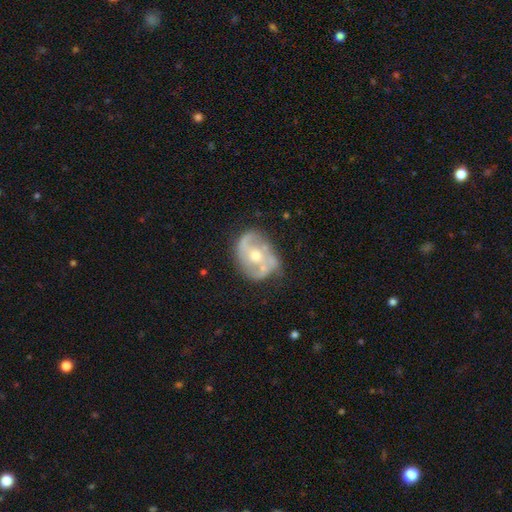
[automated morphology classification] Smooth or featured: featured or disk — 78% (smooth — 15%)
Edge-on disk: no — 96% (yes — 4%)
Bar: no — 54% (weak — 31%)
Spiral arms: yes — 79% (no — 21%)
Spiral winding: medium — 43% (loose — 32%)
Spiral arm count: 2 — 66% (can't tell — 16%)
Bulge size: moderate — 64% (small — 32%)
Merging: none — 57% (minor disturbance — 26%)